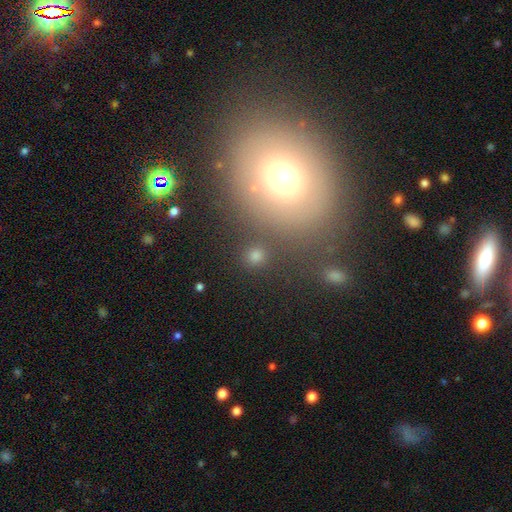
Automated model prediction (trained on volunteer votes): smooth-or-featured: smooth: 74% | star or artifact: 20% | featured or disk: 5%
  how-rounded: round: 89% | in between: 9% | cigar-shaped: 1%
  merging: none: 85% | minor disturbance: 7% | merger: 5% | major disturbance: 3%